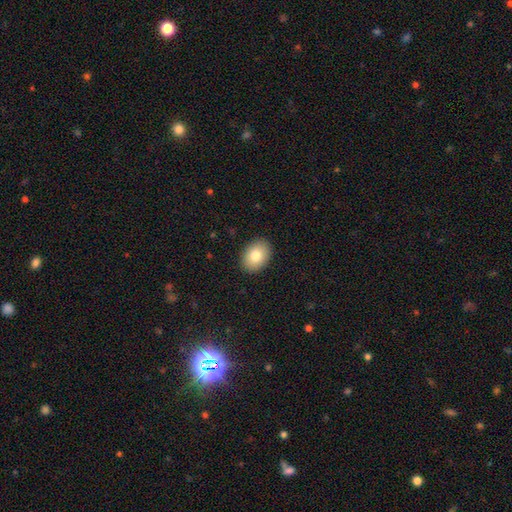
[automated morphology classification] A smooth galaxy with no disk features (80%) that is in between round and cigar-shaped (73%).

Vote fractions:
- Smooth or featured? smooth: 80% / featured or disk: 12% / star or artifact: 8%
- How rounded? in between: 73% / round: 26% / cigar-shaped: 1%
- Merging? none: 90% / minor disturbance: 7% / major disturbance: 2% / merger: 1%